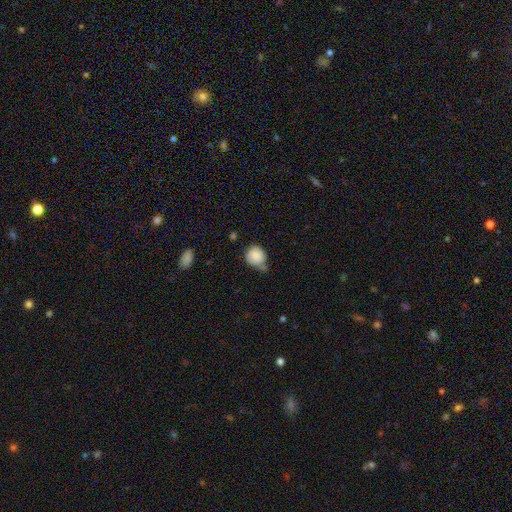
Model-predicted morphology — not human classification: smooth_or_featured: smooth (p=0.84) [alt: featured or disk p=0.08]
how_rounded: round (p=0.82) [alt: in between p=0.17]
merging: minor disturbance (p=0.39) [tied with: none p=0.39]